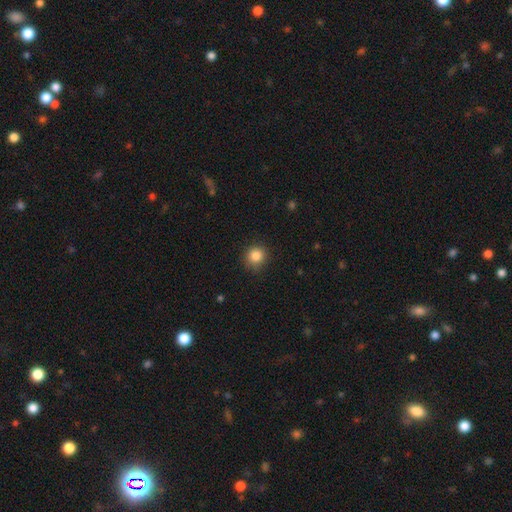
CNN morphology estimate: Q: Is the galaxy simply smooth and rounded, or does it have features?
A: smooth — 86%.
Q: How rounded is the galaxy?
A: round — 91%.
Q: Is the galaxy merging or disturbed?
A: none — 84%.